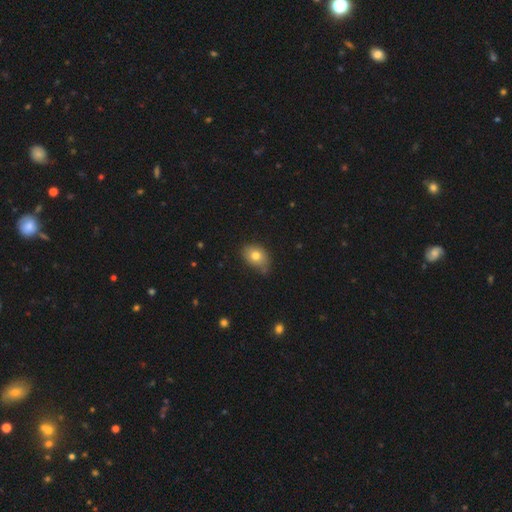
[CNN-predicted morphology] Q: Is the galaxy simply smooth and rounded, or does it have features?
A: smooth — 78%.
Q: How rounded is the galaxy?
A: in between — 71%.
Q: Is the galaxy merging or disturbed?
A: none — 62%.